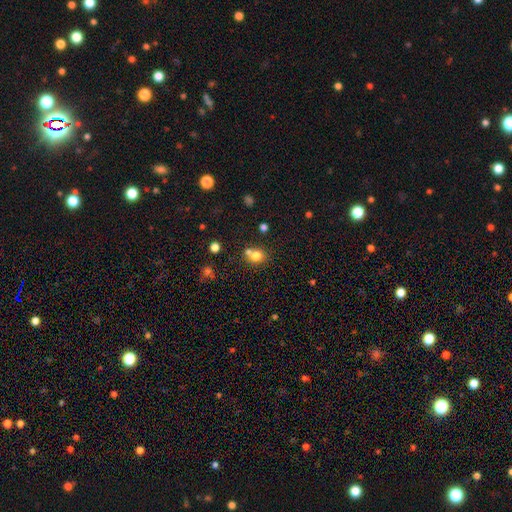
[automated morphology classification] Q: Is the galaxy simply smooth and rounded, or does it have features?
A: smooth — 77%.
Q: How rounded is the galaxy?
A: round — 73%.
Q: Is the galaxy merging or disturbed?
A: none — 51%.